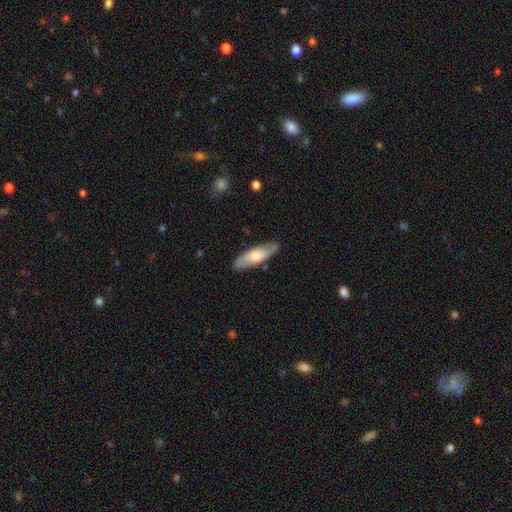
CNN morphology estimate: Smooth or featured: smooth — 56% (featured or disk — 39%)
How rounded: in between — 51% (cigar-shaped — 47%)
Merging: none — 85% (minor disturbance — 12%)